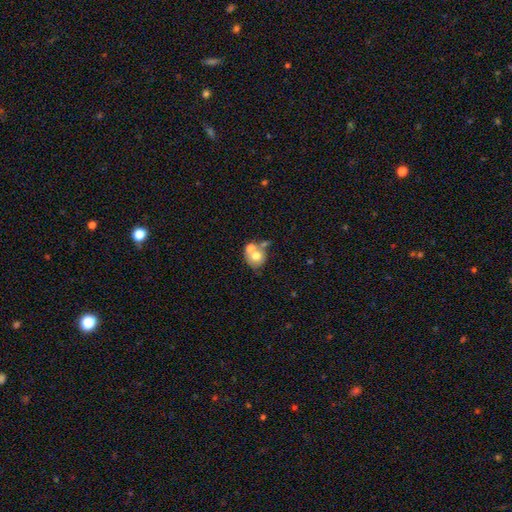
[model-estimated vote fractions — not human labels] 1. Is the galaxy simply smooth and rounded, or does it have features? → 64% smooth, 26% featured or disk, 10% star or artifact.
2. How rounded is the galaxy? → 73% round, 26% in between, 1% cigar-shaped.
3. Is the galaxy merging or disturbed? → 54% merger, 32% none, 9% minor disturbance, 5% major disturbance.